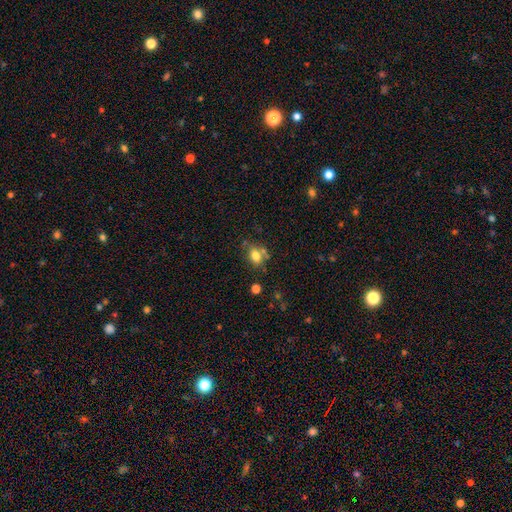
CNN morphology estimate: A smooth galaxy with no disk features (76%) that is in between round and cigar-shaped (64%).

Vote fractions:
- Smooth or featured? smooth: 76% / featured or disk: 13% / star or artifact: 11%
- How rounded? in between: 64% / round: 34% / cigar-shaped: 2%
- Merging? none: 59% / merger: 18% / minor disturbance: 18% / major disturbance: 5%